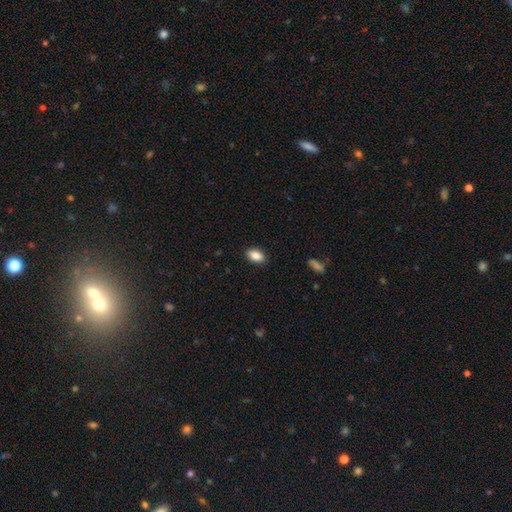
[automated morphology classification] Q: Smooth or featured?
A: smooth (88%); runner-up: star or artifact (7%)
Q: How rounded?
A: in between (92%); runner-up: round (6%)
Q: Merging?
A: none (89%); runner-up: minor disturbance (8%)